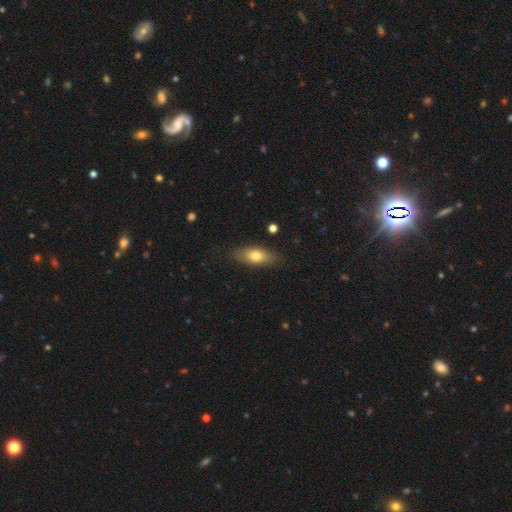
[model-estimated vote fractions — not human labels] Smooth or featured?
  - smooth: 74% *
  - featured or disk: 19%
  - star or artifact: 7%
How rounded?
  - in between: 77% *
  - cigar-shaped: 19%
  - round: 5%
Merging?
  - none: 83% *
  - minor disturbance: 12%
  - major disturbance: 3%
  - merger: 1%